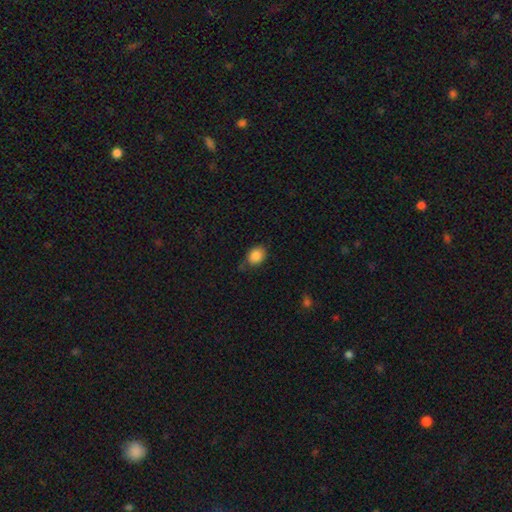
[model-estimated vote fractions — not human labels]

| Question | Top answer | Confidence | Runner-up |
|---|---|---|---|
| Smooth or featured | smooth | 87% | star or artifact (9%) |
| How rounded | in between | 57% | round (42%) |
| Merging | none | 75% | minor disturbance (19%) |